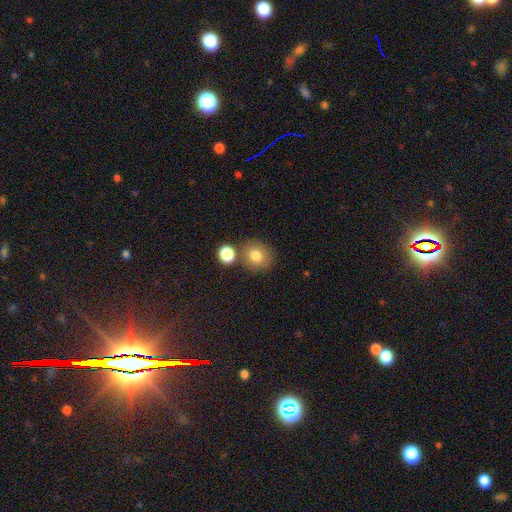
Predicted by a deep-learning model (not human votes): A smooth galaxy with no disk features (80%) that is round (79%). Merging: none (73%).